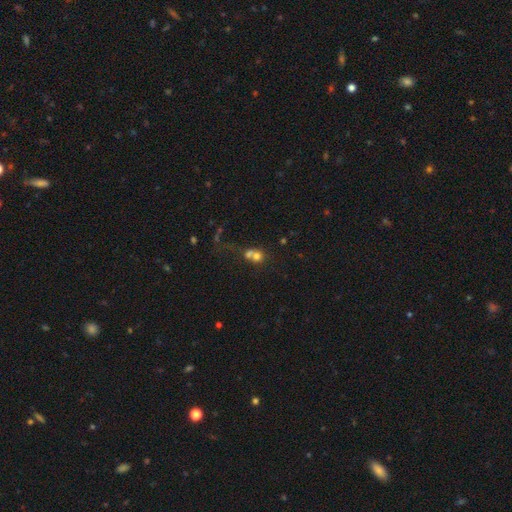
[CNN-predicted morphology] smooth 66%, featured or disk 18%, star or artifact 16%. Down the decision tree: how rounded — round (78%); merging — merger (61%).